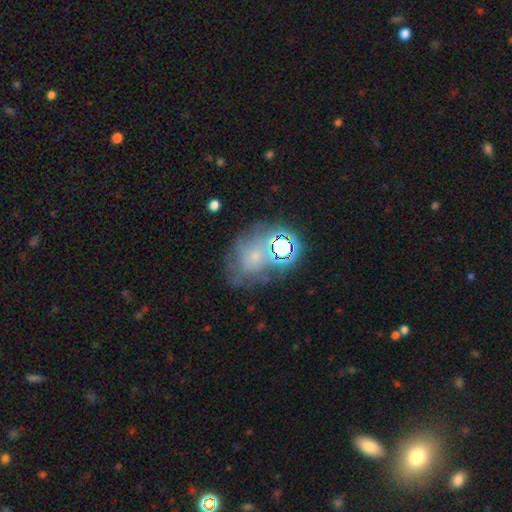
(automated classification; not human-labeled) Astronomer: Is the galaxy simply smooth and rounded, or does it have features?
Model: smooth — 40% (runner-up: star or artifact, 31%).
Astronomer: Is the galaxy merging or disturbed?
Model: none — 48%.